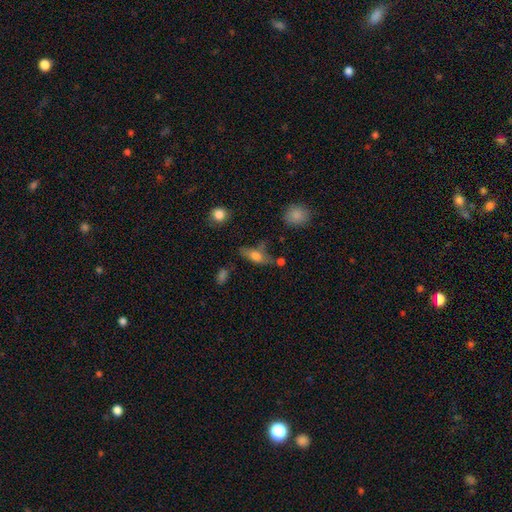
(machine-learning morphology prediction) smooth-or-featured: smooth: 65% | featured or disk: 25% | star or artifact: 9%
  how-rounded: in between: 72% | cigar-shaped: 23% | round: 5%
  merging: none: 53% | minor disturbance: 23% | merger: 13% | major disturbance: 11%